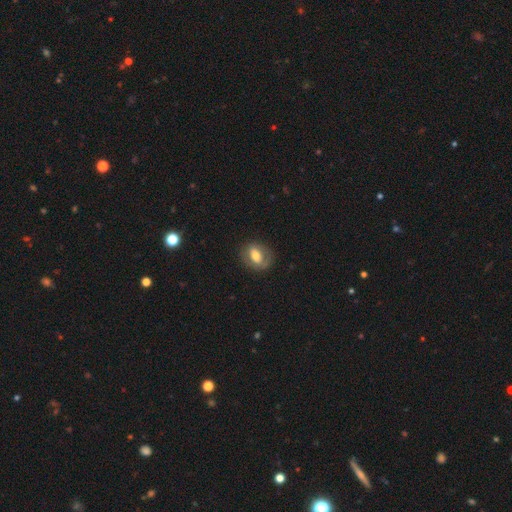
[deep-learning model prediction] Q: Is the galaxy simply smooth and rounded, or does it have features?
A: smooth — 52%.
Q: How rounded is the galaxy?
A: in between — 64%.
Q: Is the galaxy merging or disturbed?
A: none — 76%.